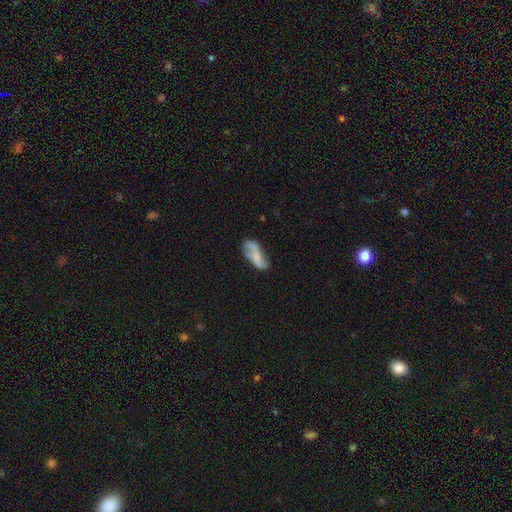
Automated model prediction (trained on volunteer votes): smooth_or_featured: featured or disk (p=0.55) [alt: smooth p=0.37]
disk_edge_on: no (p=0.92) [alt: yes p=0.08]
bar: no (p=0.55) [alt: weak p=0.30]
has_spiral_arms: yes (p=0.80) [alt: no p=0.20]
bulge_size: small (p=0.39) [alt: none p=0.36]
merging: none (p=0.53) [alt: minor disturbance p=0.26]